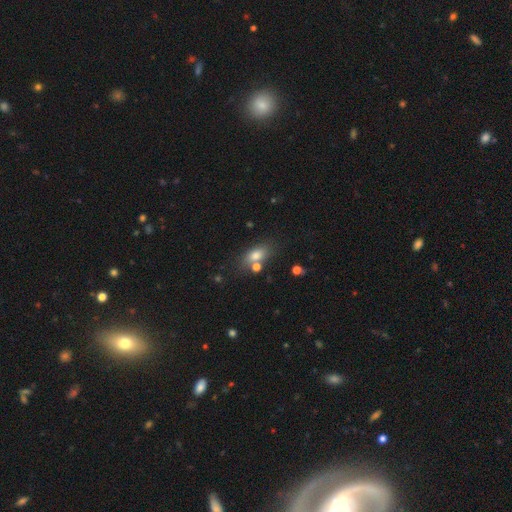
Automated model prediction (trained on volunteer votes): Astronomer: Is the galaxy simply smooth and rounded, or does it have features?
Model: smooth — 74%.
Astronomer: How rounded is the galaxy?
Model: in between — 80%.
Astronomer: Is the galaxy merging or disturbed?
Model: none — 67%.